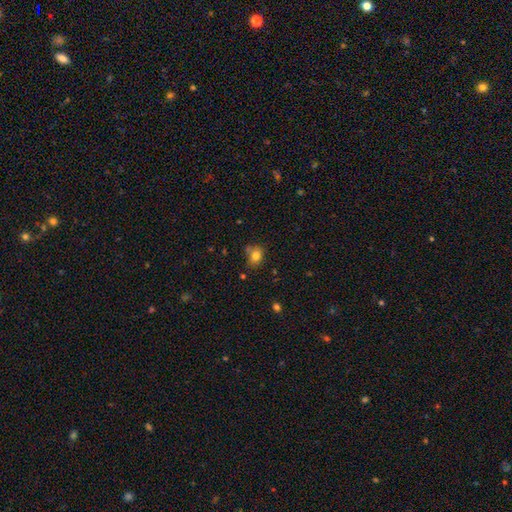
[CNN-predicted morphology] This appears to be a smooth galaxy with no disk features (79%) that is round (51%). Merging: none (65%).